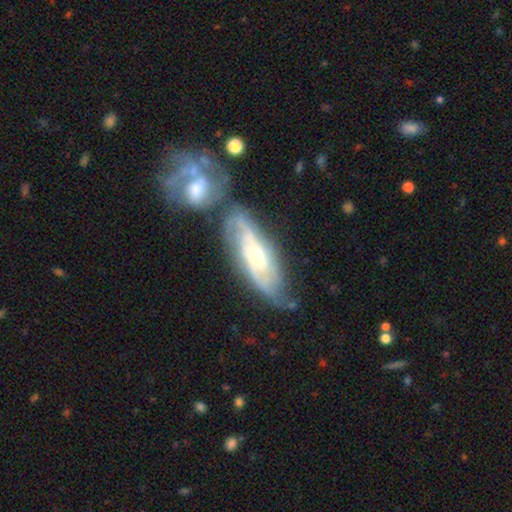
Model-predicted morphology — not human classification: smooth_or_featured: featured or disk (p=0.76) [alt: smooth p=0.19]
disk_edge_on: no (p=0.83) [alt: yes p=0.17]
bar: no (p=0.62) [alt: weak p=0.29]
has_spiral_arms: yes (p=0.87) [alt: no p=0.13]
spiral_winding: tight (p=0.52) [alt: medium p=0.34]
spiral_arm_count: can't tell (p=0.45) [alt: 2 p=0.33]
bulge_size: moderate (p=0.61) [alt: small p=0.32]
merging: none (p=0.48) [alt: merger p=0.24]